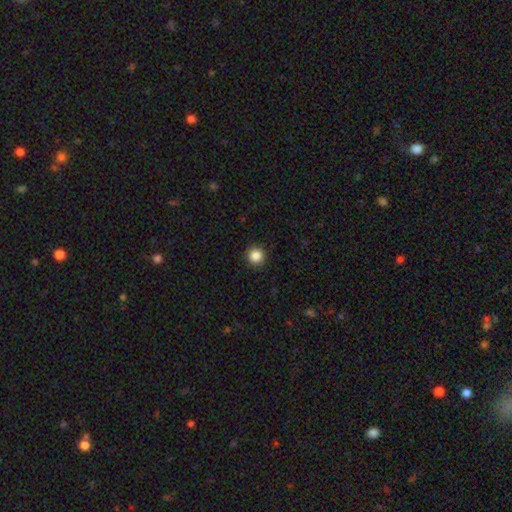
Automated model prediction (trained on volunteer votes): Morphology: type=smooth (87%); roundness=round (96%); merging=none (93%).